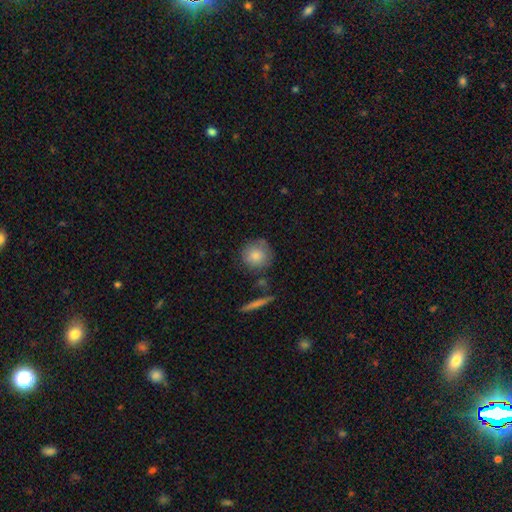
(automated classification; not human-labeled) smooth_or_featured: smooth (p=0.84) [alt: featured or disk p=0.09]
how_rounded: round (p=0.91) [alt: in between p=0.08]
merging: none (p=0.76) [alt: minor disturbance p=0.14]